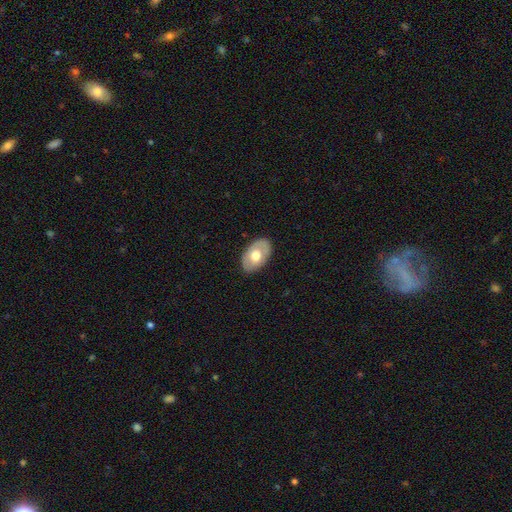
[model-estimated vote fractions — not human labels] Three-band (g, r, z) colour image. It shows a smooth galaxy with no disk features (57%) that is in between round and cigar-shaped (89%). Merging: none (83%).